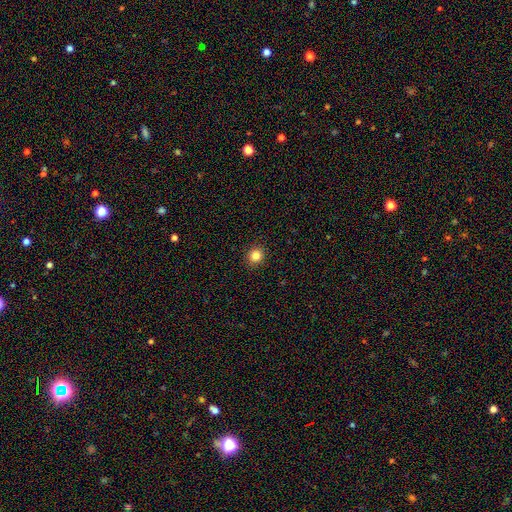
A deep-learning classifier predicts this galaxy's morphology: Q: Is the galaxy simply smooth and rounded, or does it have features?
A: smooth — 83%.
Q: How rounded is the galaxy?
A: round — 88%.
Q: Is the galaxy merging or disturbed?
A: none — 92%.